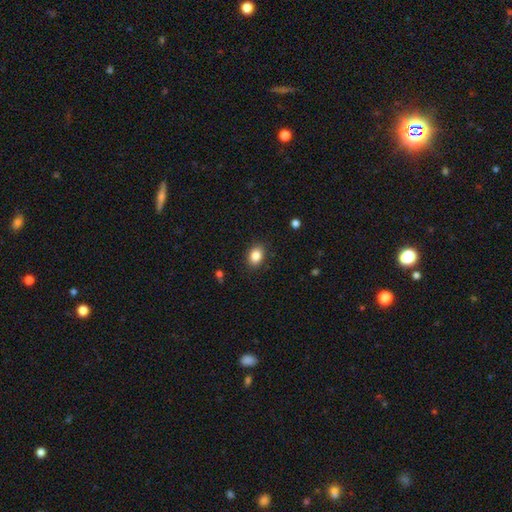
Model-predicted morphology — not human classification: This is clearly a smooth galaxy (85%). How rounded: likely in between (69%). Merging: clearly none (88%).